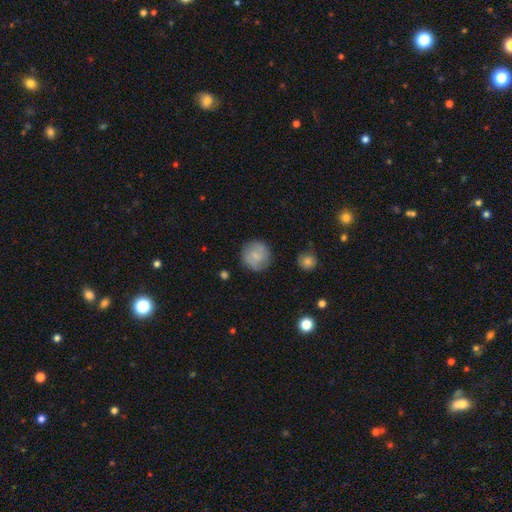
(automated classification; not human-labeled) smooth 71%, featured or disk 22%, star or artifact 7%. Down the decision tree: how rounded — round (93%); merging — none (82%).